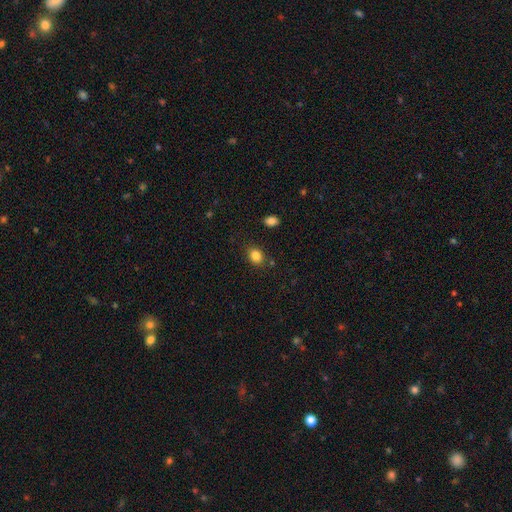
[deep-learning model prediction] smooth 84%, star or artifact 10%, featured or disk 5%. Down the decision tree: how rounded — round (50%); merging — none (84%).